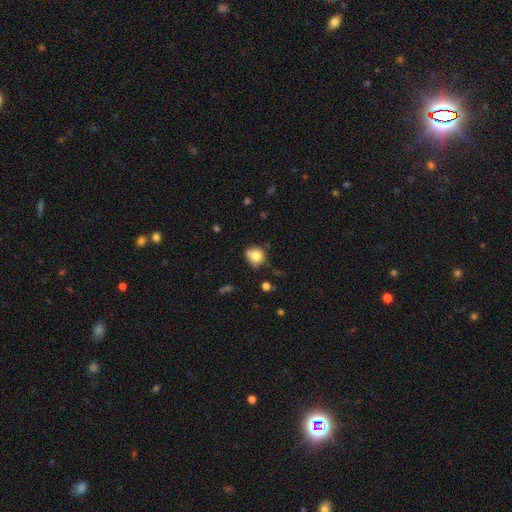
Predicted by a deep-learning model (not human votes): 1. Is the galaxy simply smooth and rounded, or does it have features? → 77% smooth, 13% featured or disk, 11% star or artifact.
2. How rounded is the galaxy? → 83% round, 16% in between, 1% cigar-shaped.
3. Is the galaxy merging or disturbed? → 60% none, 25% minor disturbance, 8% merger, 7% major disturbance.